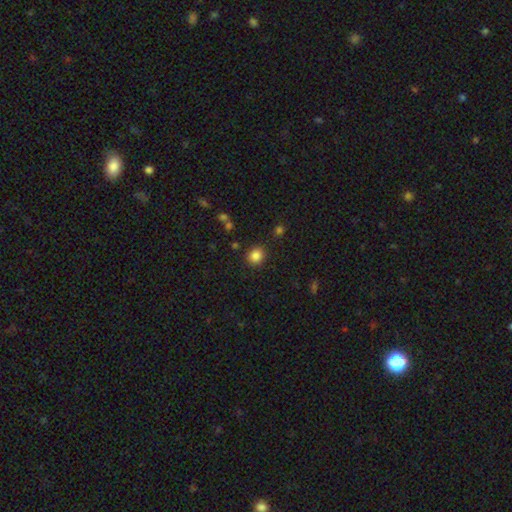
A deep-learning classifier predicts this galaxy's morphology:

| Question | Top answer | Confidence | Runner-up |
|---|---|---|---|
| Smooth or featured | smooth | 85% | star or artifact (11%) |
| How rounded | round | 82% | in between (17%) |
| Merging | none | 87% | minor disturbance (8%) |